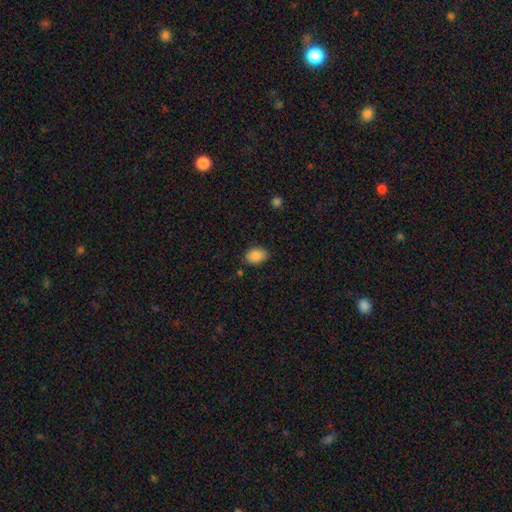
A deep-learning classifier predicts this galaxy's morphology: Smooth or featured? smooth (86%)
How rounded? in between (76%)
Merging? none (82%)